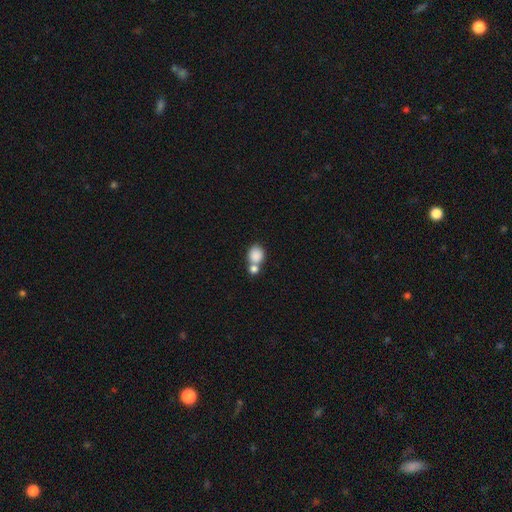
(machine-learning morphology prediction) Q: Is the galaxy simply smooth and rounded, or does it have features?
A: smooth — 85%.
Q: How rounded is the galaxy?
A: round — 69%.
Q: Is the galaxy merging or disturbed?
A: merger — 47%.